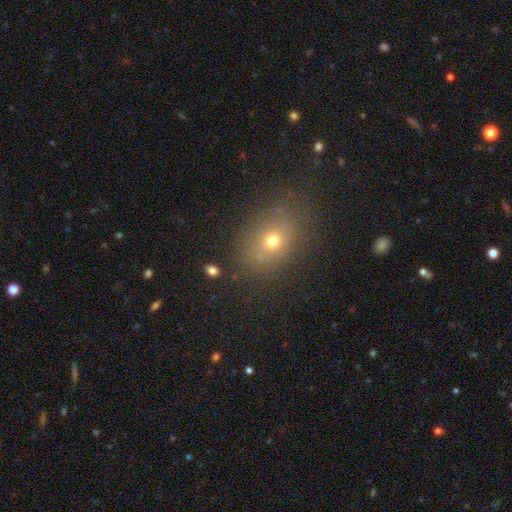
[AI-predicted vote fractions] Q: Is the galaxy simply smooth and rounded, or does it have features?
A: smooth — 64%.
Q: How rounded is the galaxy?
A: in between — 58%.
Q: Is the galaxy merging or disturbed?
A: none — 81%.